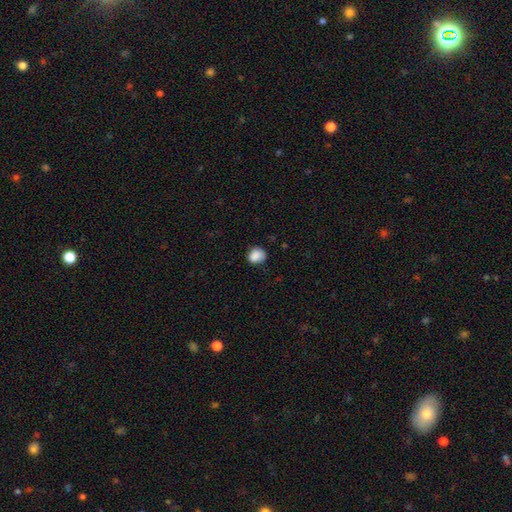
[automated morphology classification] A smooth galaxy with no disk features (87%) that is round (66%).

Vote fractions:
- Smooth or featured? smooth: 87% / star or artifact: 9% / featured or disk: 4%
- How rounded? round: 66% / in between: 33% / cigar-shaped: 1%
- Merging? none: 72% / minor disturbance: 22% / major disturbance: 4% / merger: 1%